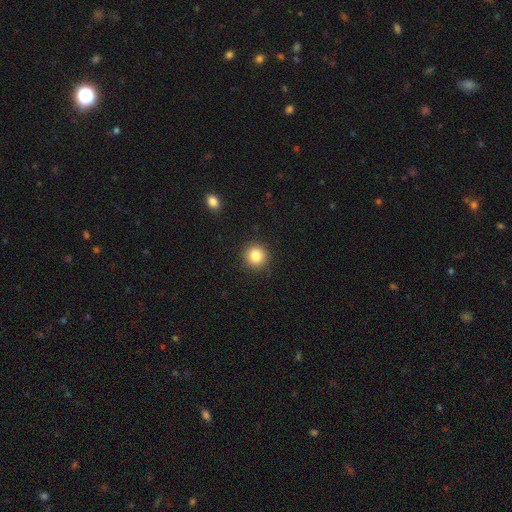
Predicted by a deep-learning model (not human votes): Q: Smooth or featured?
A: smooth (83%); runner-up: star or artifact (11%)
Q: How rounded?
A: round (94%); runner-up: in between (5%)
Q: Merging?
A: none (91%); runner-up: minor disturbance (6%)